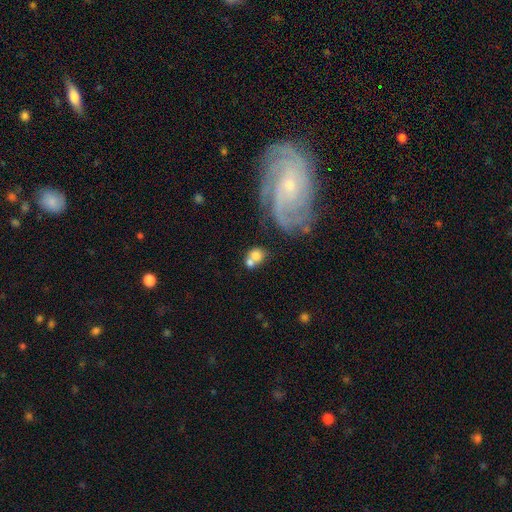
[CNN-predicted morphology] Smooth or featured?
  - smooth: 66% *
  - featured or disk: 24%
  - star or artifact: 10%
How rounded?
  - round: 65% *
  - in between: 34%
  - cigar-shaped: 1%
Merging?
  - merger: 42% *
  - none: 37%
  - minor disturbance: 12%
  - major disturbance: 9%